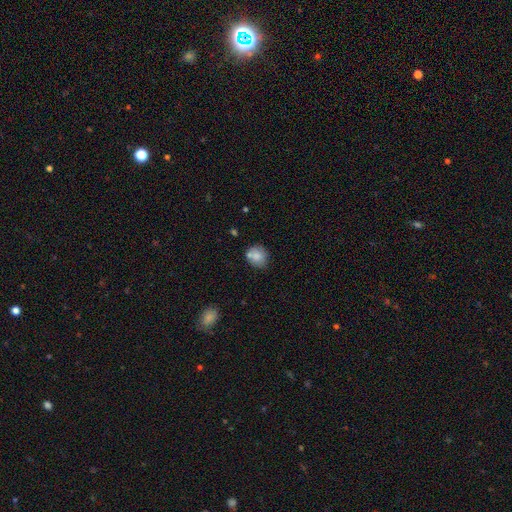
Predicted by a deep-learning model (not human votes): Overall: smooth (79%). How rounded: round (77%). Merging: none (61%).